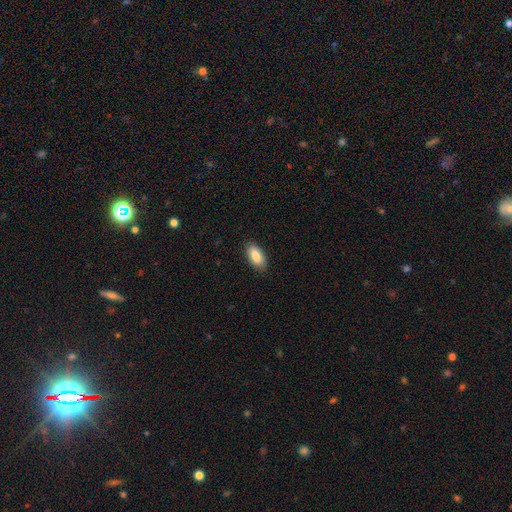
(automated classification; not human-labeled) Smooth or featured? Predicted: smooth (p=0.87). How rounded? Predicted: in between (p=0.92). Merging? Predicted: none (p=0.87).